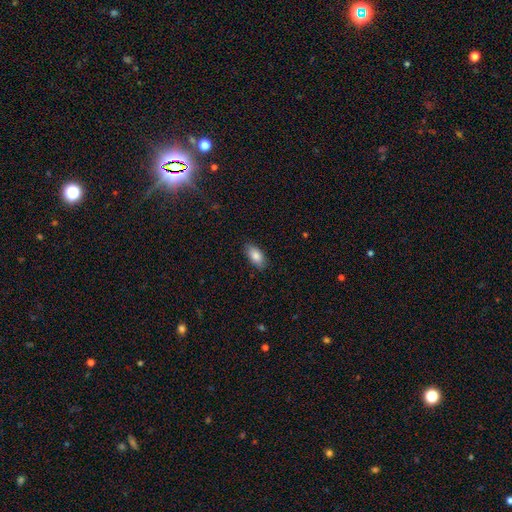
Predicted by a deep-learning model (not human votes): smooth-or-featured: smooth: 85% | featured or disk: 8% | star or artifact: 7%
  how-rounded: in between: 90% | cigar-shaped: 6% | round: 3%
  merging: none: 85% | minor disturbance: 12% | major disturbance: 2% | merger: 1%